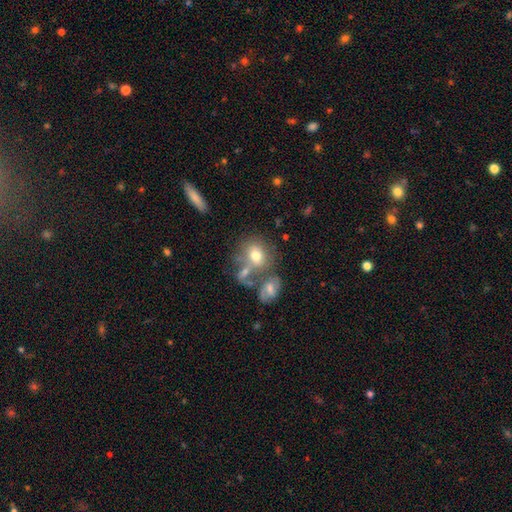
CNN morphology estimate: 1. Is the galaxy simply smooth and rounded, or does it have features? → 67% smooth, 22% featured or disk, 10% star or artifact.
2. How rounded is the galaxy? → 54% round, 44% in between, 1% cigar-shaped.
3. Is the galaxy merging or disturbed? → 39% merger (tied), 39% none (tied), 13% minor disturbance, 9% major disturbance.